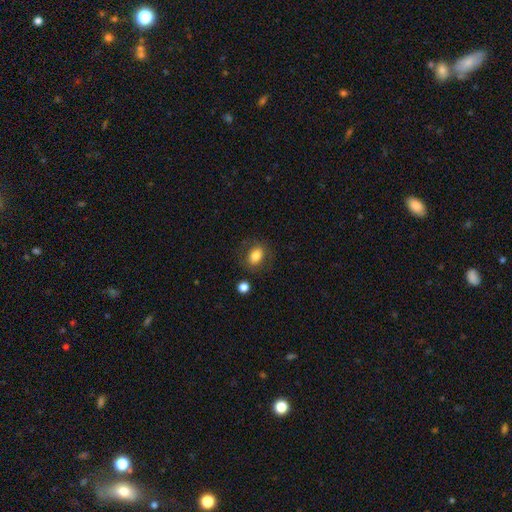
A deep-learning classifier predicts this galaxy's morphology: Smooth or featured? Predicted: smooth (p=0.79). How rounded? Predicted: in between (p=0.71). Merging? Predicted: none (p=0.78).